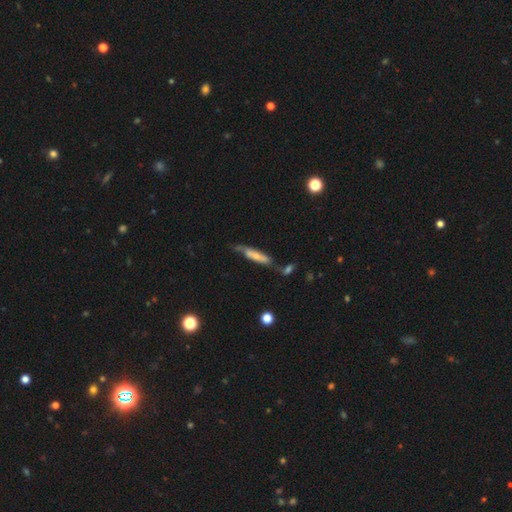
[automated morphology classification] smooth_or_featured: featured or disk (p=0.52) [alt: smooth p=0.42]
disk_edge_on: yes (p=0.51) [alt: no p=0.49]
merging: none (p=0.47) [alt: minor disturbance p=0.25]